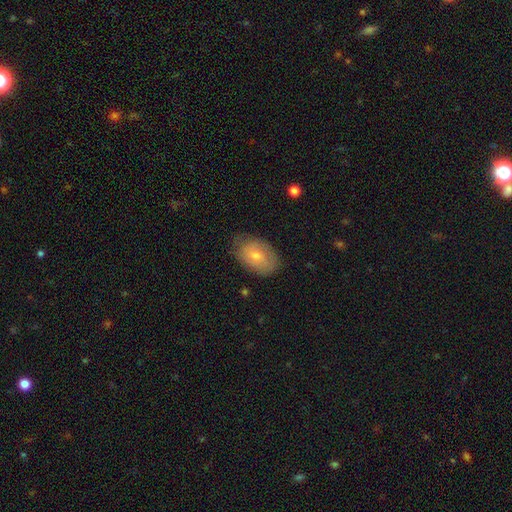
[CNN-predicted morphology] Smooth or featured?
  - smooth: 66% *
  - featured or disk: 28%
  - star or artifact: 7%
How rounded?
  - in between: 86% *
  - round: 13%
  - cigar-shaped: 1%
Merging?
  - none: 71% *
  - minor disturbance: 22%
  - major disturbance: 6%
  - merger: 1%